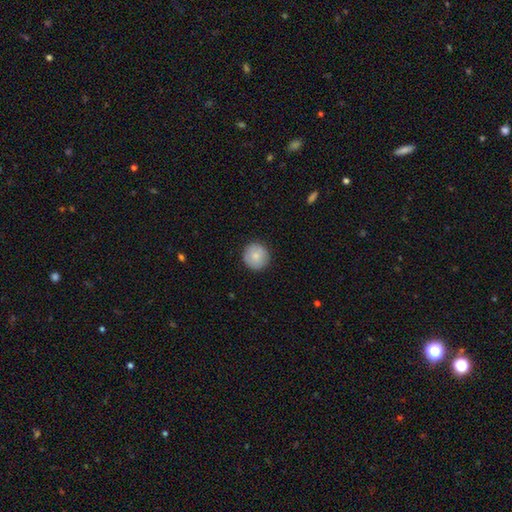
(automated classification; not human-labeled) Overall: smooth (79%). How rounded: round (95%). Merging: none (90%).